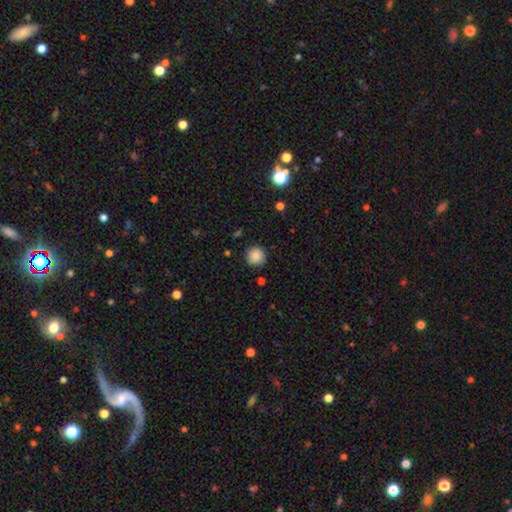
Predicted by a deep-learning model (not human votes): A smooth galaxy with no disk features (86%) that is round (94%). Merging: none (87%).